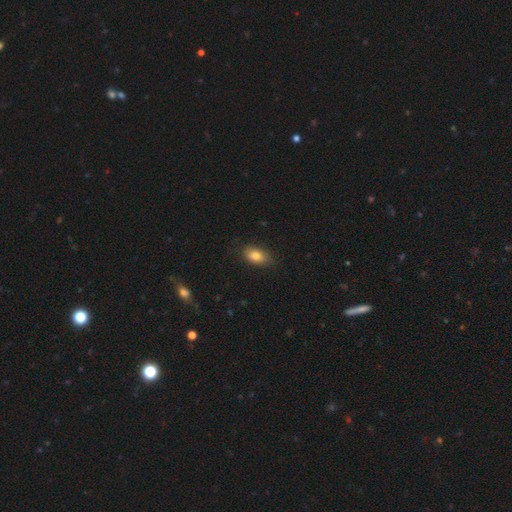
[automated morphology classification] A smooth galaxy with no disk features (82%) that is in between round and cigar-shaped (88%).

Vote fractions:
- Smooth or featured? smooth: 82% / featured or disk: 10% / star or artifact: 8%
- How rounded? in between: 88% / round: 9% / cigar-shaped: 3%
- Merging? none: 79% / minor disturbance: 17% / major disturbance: 3% / merger: 1%